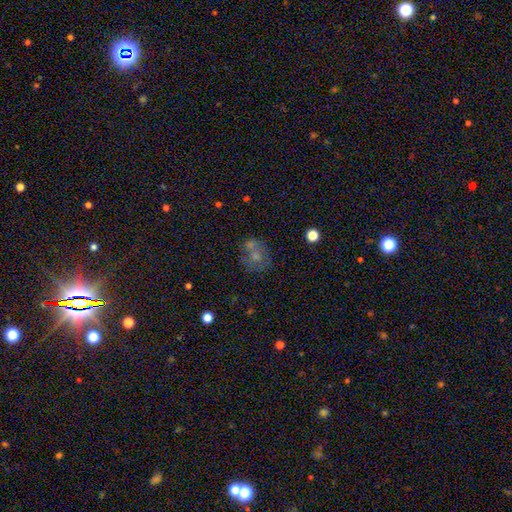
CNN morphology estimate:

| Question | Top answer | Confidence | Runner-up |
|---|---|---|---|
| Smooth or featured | smooth | 53% | featured or disk (33%) |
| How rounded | round | 63% | in between (36%) |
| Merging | none | 44% | merger (26%) |